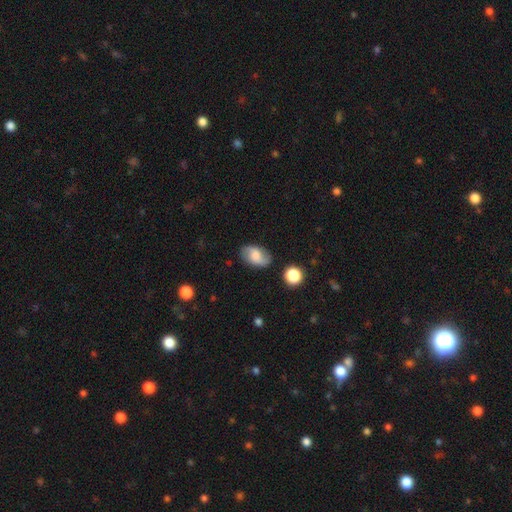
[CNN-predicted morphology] Smooth or featured? Predicted: smooth (p=0.47). Merging? Predicted: none (p=0.77).